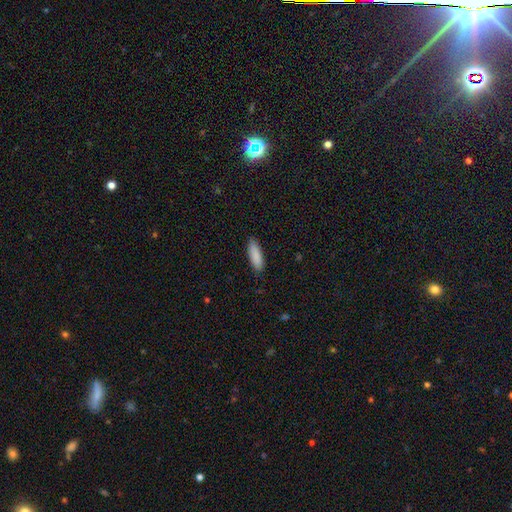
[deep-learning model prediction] Q: Smooth or featured?
A: smooth (88%); runner-up: featured or disk (6%)
Q: How rounded?
A: in between (57%); runner-up: cigar-shaped (41%)
Q: Merging?
A: none (86%); runner-up: minor disturbance (11%)